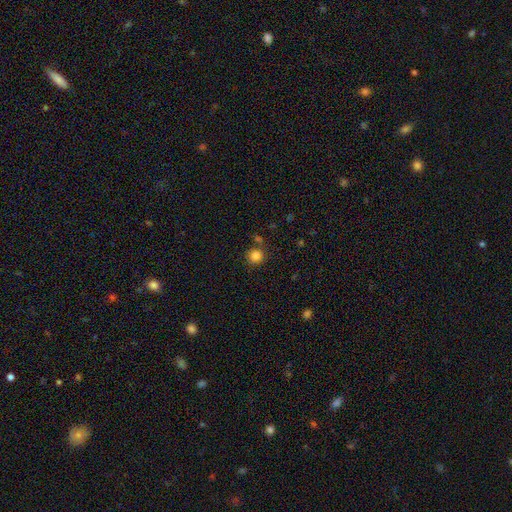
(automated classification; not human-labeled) Smooth or featured: smooth — 84% (star or artifact — 12%)
How rounded: round — 92% (in between — 7%)
Merging: none — 80% (minor disturbance — 9%)